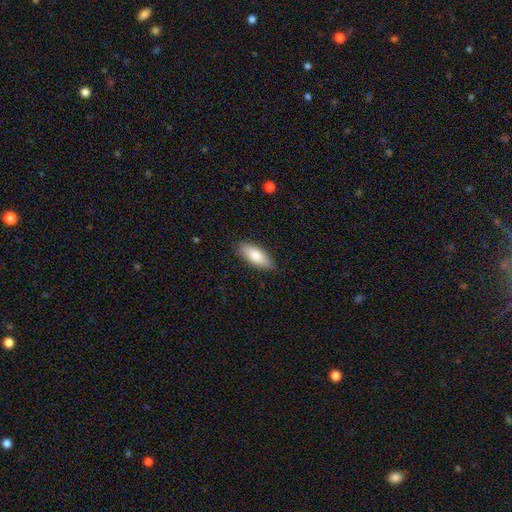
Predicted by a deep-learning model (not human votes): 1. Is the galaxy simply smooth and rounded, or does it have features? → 79% smooth, 15% featured or disk, 6% star or artifact.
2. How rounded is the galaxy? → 76% in between, 22% cigar-shaped, 2% round.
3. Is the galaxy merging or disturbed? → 85% none, 12% minor disturbance, 2% major disturbance, 1% merger.